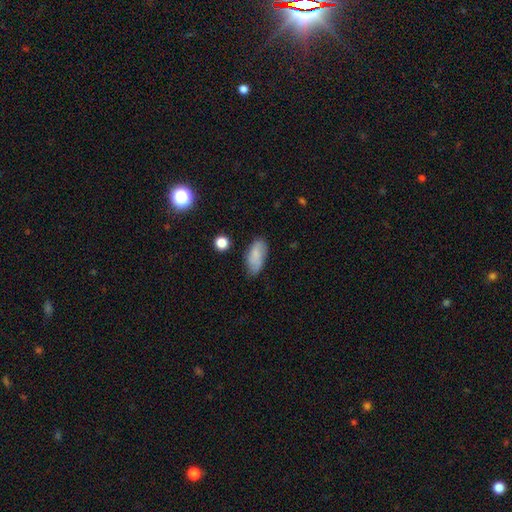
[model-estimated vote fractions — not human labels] This appears to be a smooth galaxy with no disk features (79%) that is in between round and cigar-shaped (89%). Merging: none (72%).